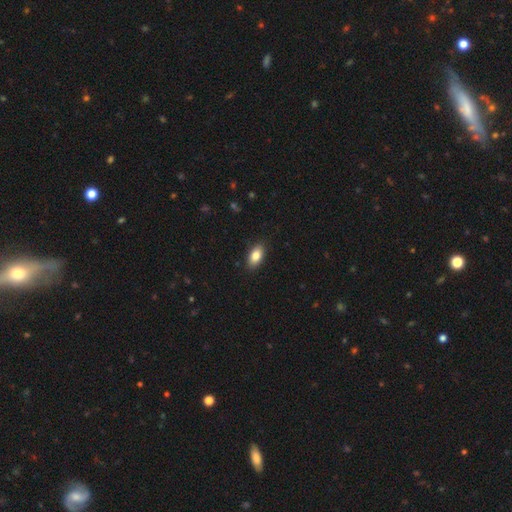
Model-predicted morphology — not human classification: This is clearly a smooth galaxy (83%). How rounded: clearly in between (91%). Merging: clearly none (89%).